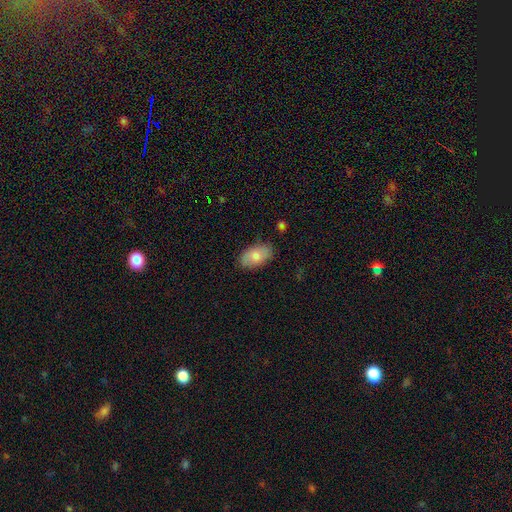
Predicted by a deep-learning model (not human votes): smooth 76%, featured or disk 17%, star or artifact 7%. Down the decision tree: how rounded — in between (93%); merging — none (78%).